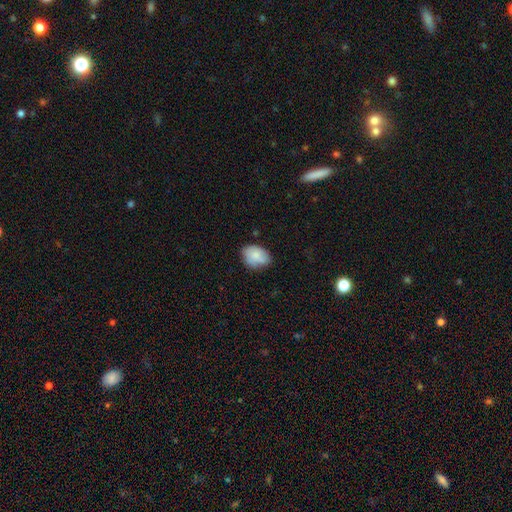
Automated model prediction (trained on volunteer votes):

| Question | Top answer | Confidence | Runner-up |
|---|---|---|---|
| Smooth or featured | smooth | 78% | featured or disk (15%) |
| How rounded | in between | 75% | round (23%) |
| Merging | none | 62% | minor disturbance (29%) |